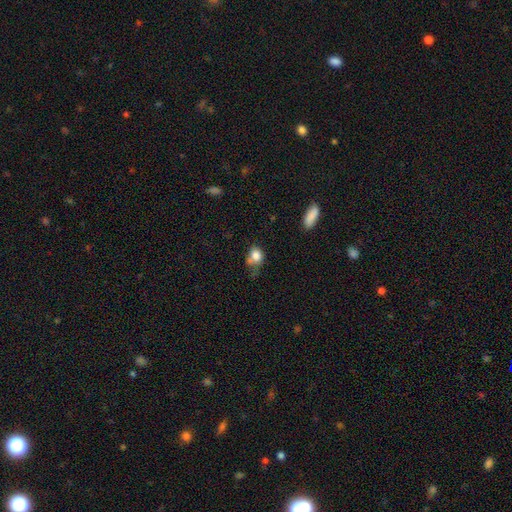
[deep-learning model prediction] This appears to be a smooth galaxy with no disk features (80%) that is in between round and cigar-shaped (49%, tied with round). Merging: none (36%).